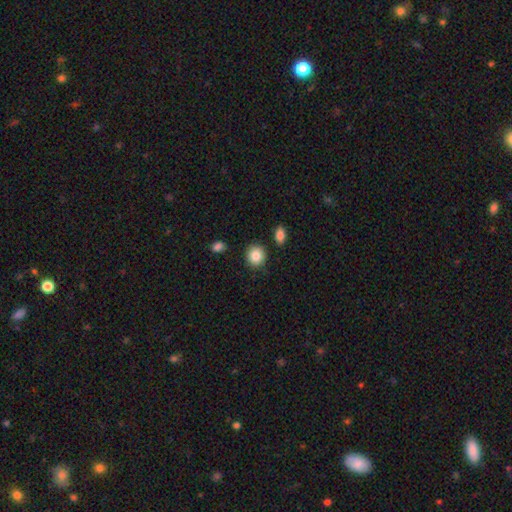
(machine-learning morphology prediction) This is clearly a smooth galaxy (87%). How rounded: clearly round (85%). Merging: clearly none (86%).